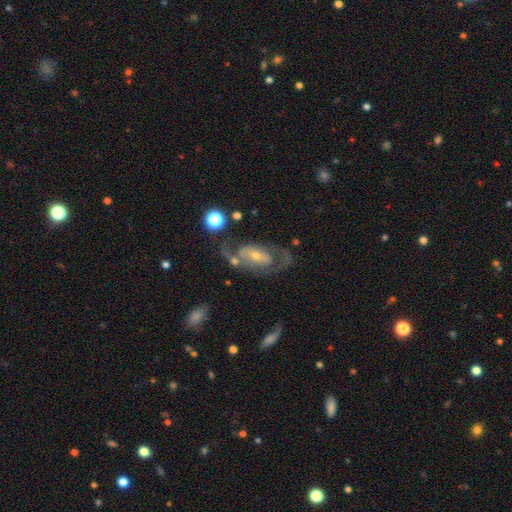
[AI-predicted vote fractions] A featured or disk galaxy (77%) with no bar (54%), 2 (68%) medium (45%) spiral arms (75%) and a small central bulge (49%).

Vote fractions:
- Smooth or featured? featured or disk: 77% / smooth: 16% / star or artifact: 7%
- Edge-on disk? no: 94% / yes: 6%
- Bar? no: 54% / weak: 31% / strong: 14%
- Spiral arms? yes: 75% / no: 25%
- Spiral winding? medium: 45% / tight: 29% / loose: 26%
- Spiral arm count? 2: 68% / can't tell: 16% / 1: 11% / 3: 3% / 4: 1% / more than 4: 1%
- Bulge size? small: 49% / moderate: 44% / large: 4% / none: 2% / dominant: 1%
- Merging? none: 50% / major disturbance: 23% / minor disturbance: 18% / merger: 9%